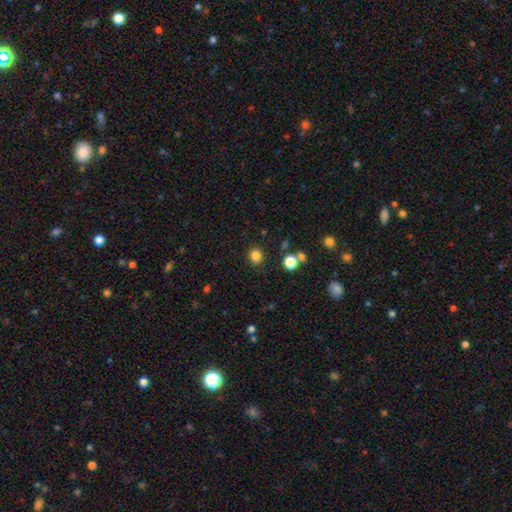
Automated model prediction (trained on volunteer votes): Morphology: type=smooth (84%); roundness=round (80%); merging=none (86%).